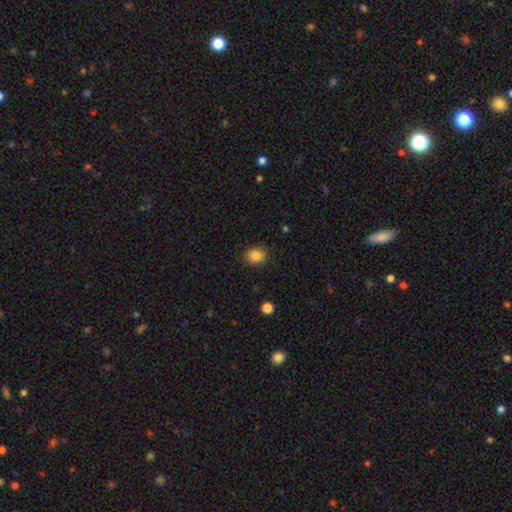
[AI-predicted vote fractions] smooth-or-featured: smooth: 84% | star or artifact: 10% | featured or disk: 6%
  how-rounded: round: 58% | in between: 41% | cigar-shaped: 1%
  merging: none: 87% | minor disturbance: 10% | major disturbance: 3% | merger: 1%